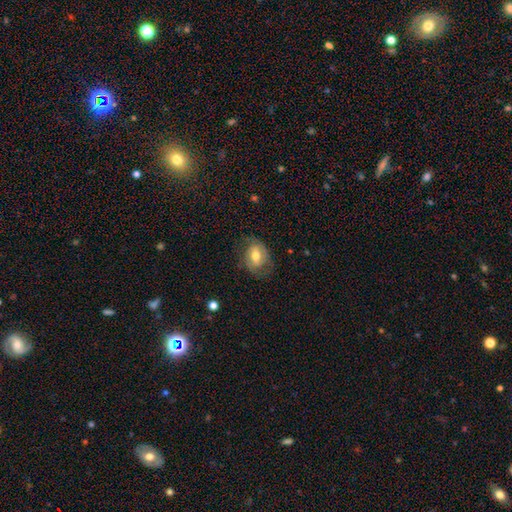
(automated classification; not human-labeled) Morphology: type=smooth (53%); roundness=in between (64%); merging=none (62%).